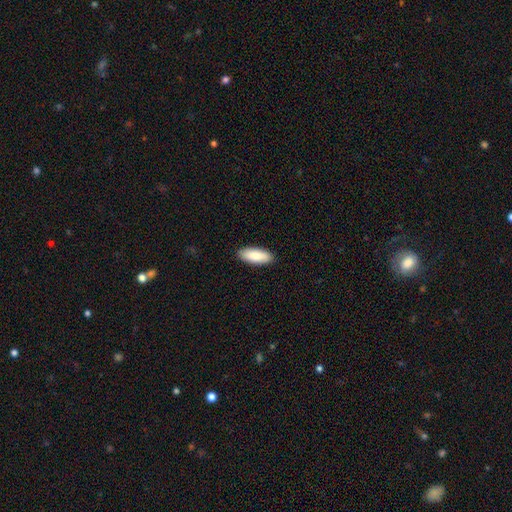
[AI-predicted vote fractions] Smooth or featured?
  - smooth: 86% *
  - featured or disk: 9%
  - star or artifact: 5%
How rounded?
  - in between: 76% *
  - cigar-shaped: 22%
  - round: 2%
Merging?
  - none: 90% *
  - minor disturbance: 7%
  - major disturbance: 2%
  - merger: 1%